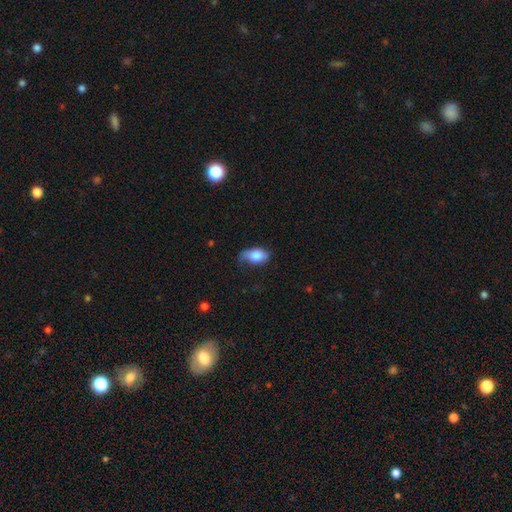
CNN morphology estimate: Smooth or featured? Predicted: smooth (p=0.77). How rounded? Predicted: in between (p=0.89). Merging? Predicted: none (p=0.42).